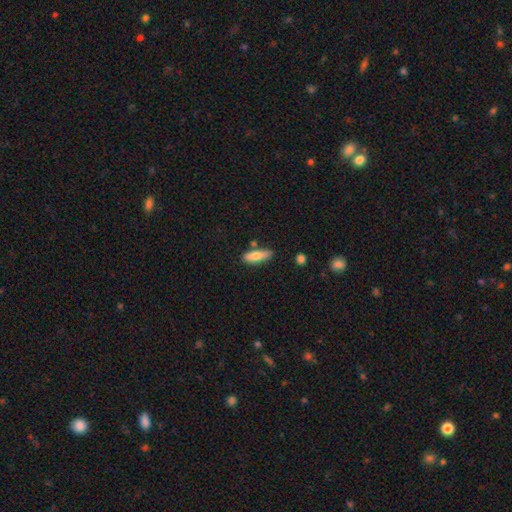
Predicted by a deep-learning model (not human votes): Smooth or featured? Predicted: smooth (p=0.77). How rounded? Predicted: in between (p=0.50). Merging? Predicted: none (p=0.72).